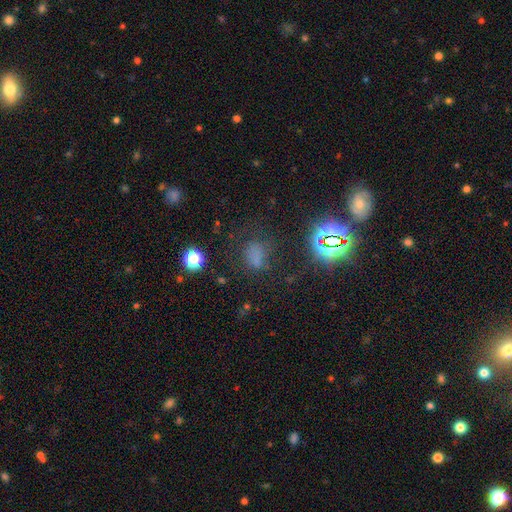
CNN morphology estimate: Smooth or featured? smooth (52%)
How rounded? in between (59%)
Merging? none (57%)